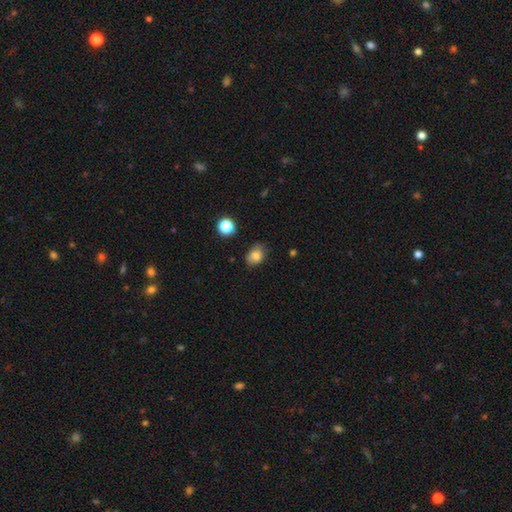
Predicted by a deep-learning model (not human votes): smooth 80%, star or artifact 11%, featured or disk 9%. Down the decision tree: how rounded — in between (65%); merging — none (67%).